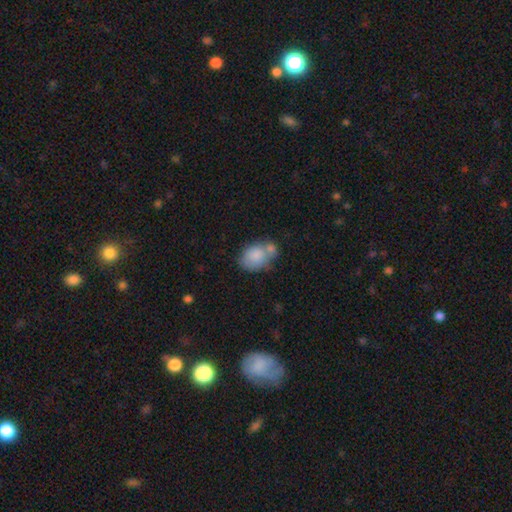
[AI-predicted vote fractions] Smooth or featured: smooth — 80% (featured or disk — 13%)
How rounded: in between — 74% (round — 25%)
Merging: merger — 38% (none — 36%)